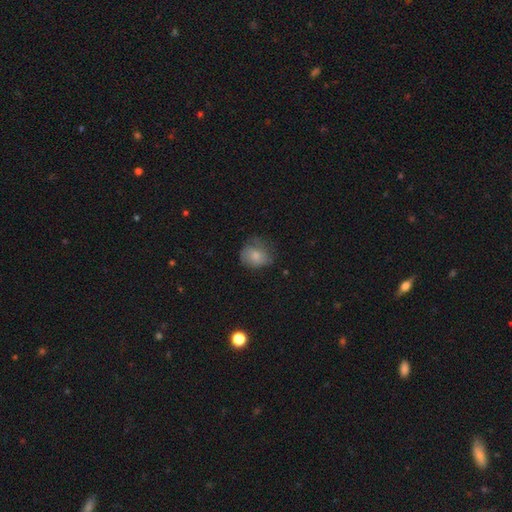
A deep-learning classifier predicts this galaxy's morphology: Smooth or featured? smooth (74%)
How rounded? round (64%)
Merging? none (50%)